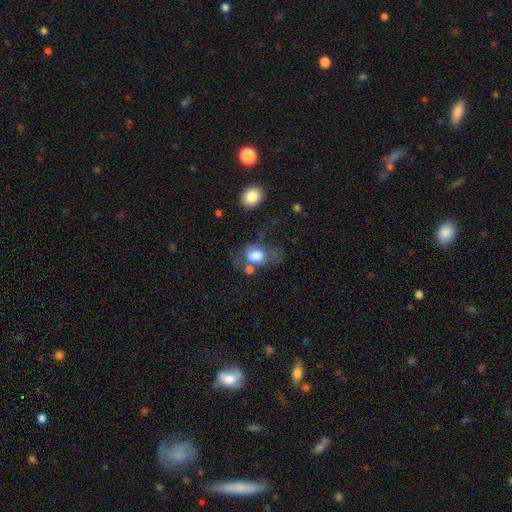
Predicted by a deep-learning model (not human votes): A smooth galaxy with no disk features (73%) that is in between round and cigar-shaped (57%). Merging: major disturbance (31%, tied with none).